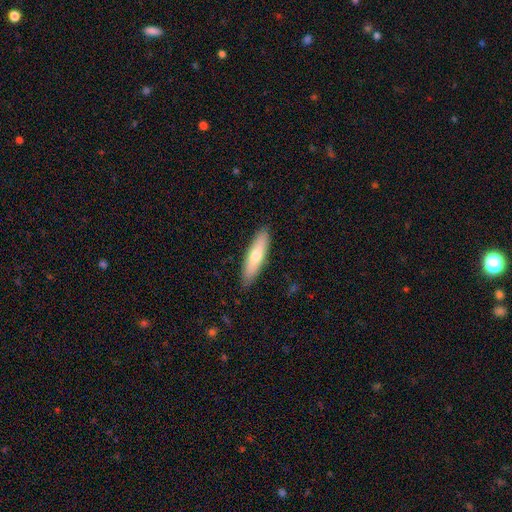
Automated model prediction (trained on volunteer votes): This appears to be a smooth galaxy with no disk features (66%) that is cigar-shaped (67%). Merging: none (88%).